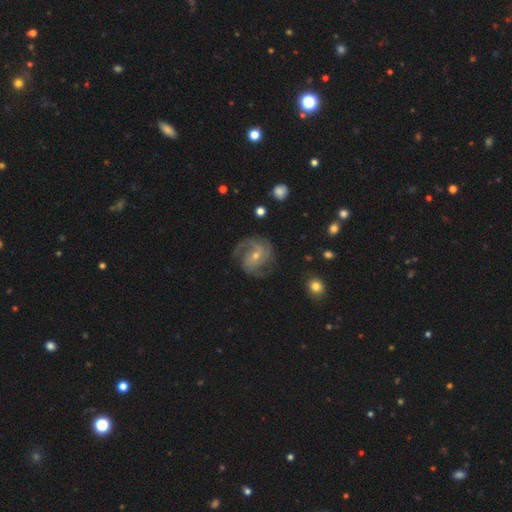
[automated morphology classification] The model was most divided on "bar": no: 45%, weak: 41%, strong: 14%. Remaining: edge-on disk — no (98%); spiral arms — yes (97%); smooth or featured — featured or disk (87%); merging — none (74%); bulge size — small (61%); spiral winding — medium (46%); spiral arm count — 2 (43%).